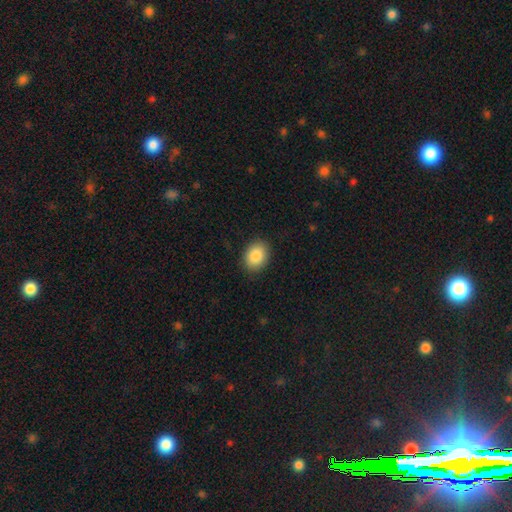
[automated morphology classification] Smooth or featured: smooth — 87% (star or artifact — 7%)
How rounded: in between — 65% (round — 34%)
Merging: none — 88% (minor disturbance — 9%)